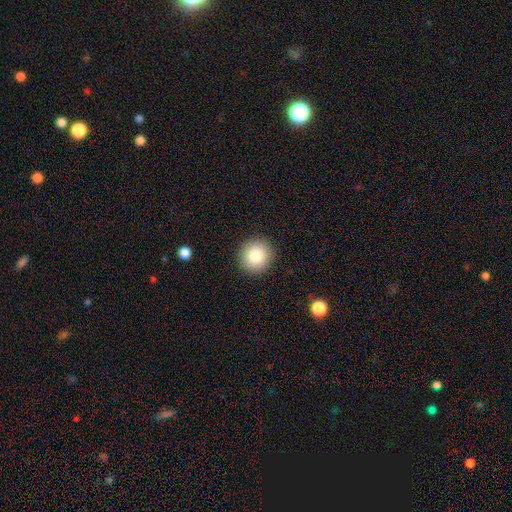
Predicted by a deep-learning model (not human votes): A smooth galaxy with no disk features (85%) that is round (94%). Merging: none (92%).